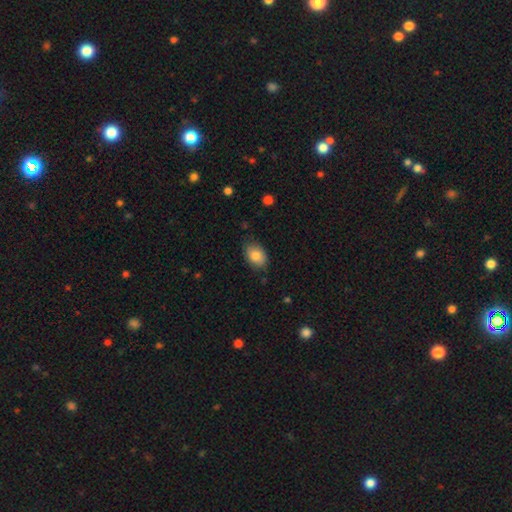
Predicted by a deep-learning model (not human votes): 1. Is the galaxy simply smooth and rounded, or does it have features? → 83% smooth, 10% featured or disk, 7% star or artifact.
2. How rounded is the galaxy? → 82% in between, 17% round, 1% cigar-shaped.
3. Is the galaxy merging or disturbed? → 78% none, 17% minor disturbance, 3% major disturbance, 1% merger.